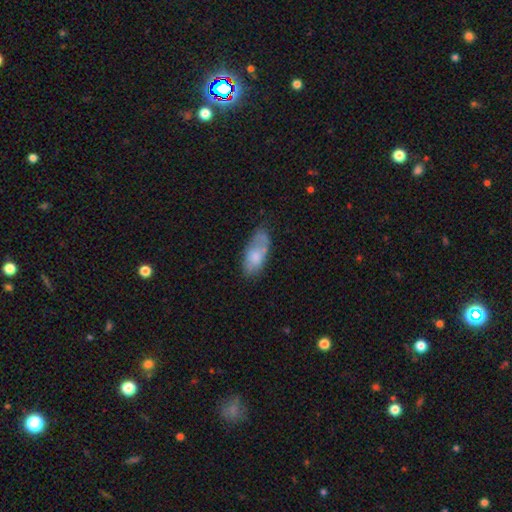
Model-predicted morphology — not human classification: smooth_or_featured: smooth (p=0.70) [alt: featured or disk p=0.23]
how_rounded: in between (p=0.86) [alt: cigar-shaped p=0.11]
merging: none (p=0.52) [alt: minor disturbance p=0.31]